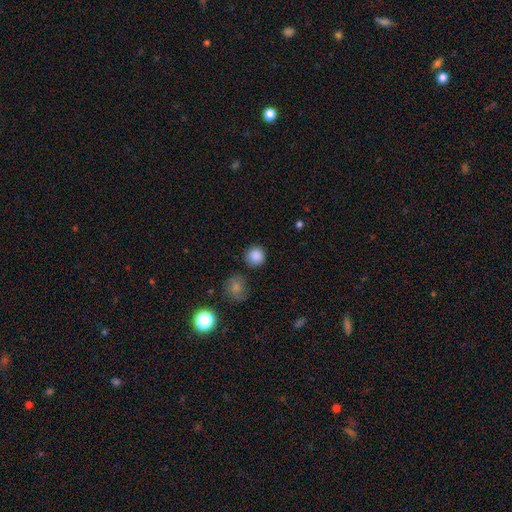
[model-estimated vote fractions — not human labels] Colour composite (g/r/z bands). It shows a smooth galaxy with no disk features (86%) that is round (93%). Merging: none (84%).